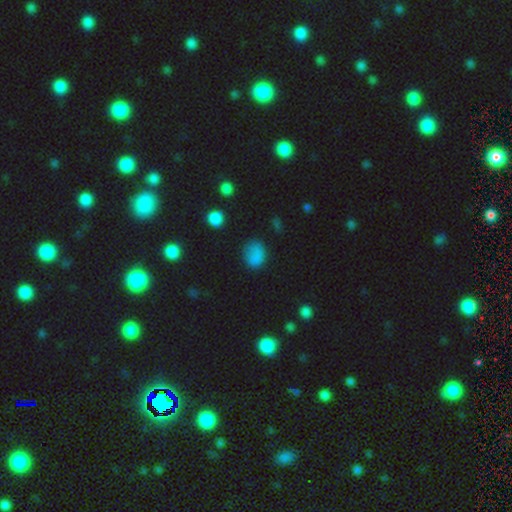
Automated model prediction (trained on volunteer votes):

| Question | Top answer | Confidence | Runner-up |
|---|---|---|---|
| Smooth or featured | smooth | 78% | star or artifact (15%) |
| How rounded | in between | 56% | round (43%) |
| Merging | none | 68% | minor disturbance (21%) |